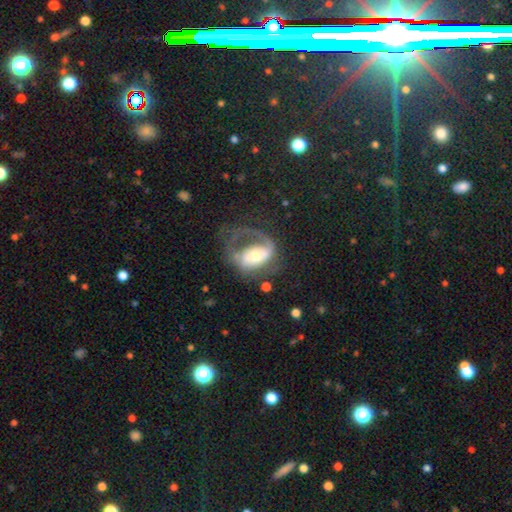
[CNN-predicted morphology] Smooth or featured? featured or disk (76%)
Edge-on disk? no (97%)
Bar? no (44%)
Spiral arms? yes (85%)
Spiral winding? medium (42%)
Spiral arm count? 1 (52%)
Bulge size? moderate (62%)
Merging? major disturbance (44%)